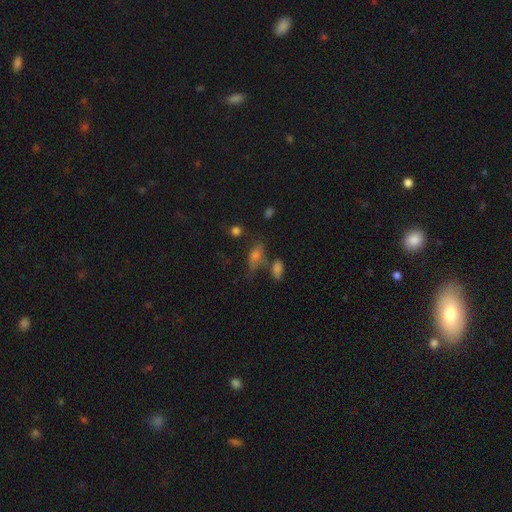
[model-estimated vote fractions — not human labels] Smooth or featured: smooth — 54% (featured or disk — 24%)
How rounded: in between — 70% (cigar-shaped — 18%)
Merging: none — 52% (merger — 19%)